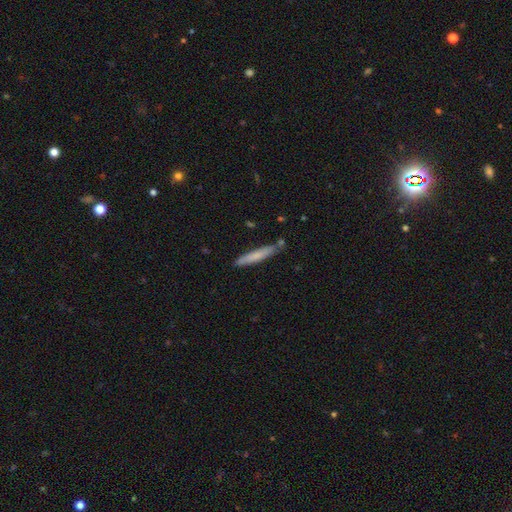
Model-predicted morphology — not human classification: Q: Smooth or featured?
A: smooth (71%); runner-up: featured or disk (24%)
Q: How rounded?
A: cigar-shaped (94%); runner-up: in between (5%)
Q: Merging?
A: none (82%); runner-up: minor disturbance (12%)